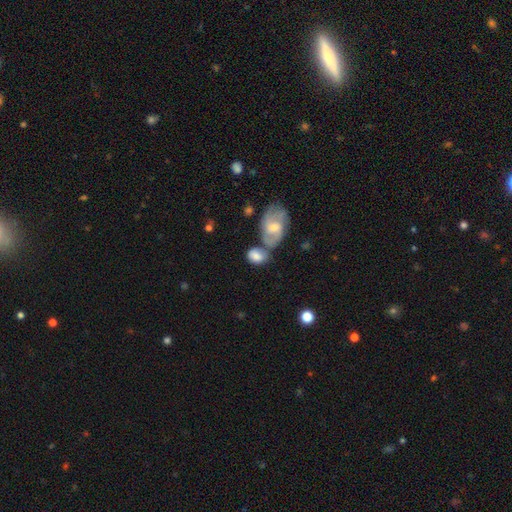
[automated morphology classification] A smooth galaxy with no disk features (71%) that is in between round and cigar-shaped (79%).

Vote fractions:
- Smooth or featured? smooth: 71% / featured or disk: 22% / star or artifact: 7%
- How rounded? in between: 79% / round: 19% / cigar-shaped: 2%
- Merging? none: 38% / merger: 37% / minor disturbance: 17% / major disturbance: 8%